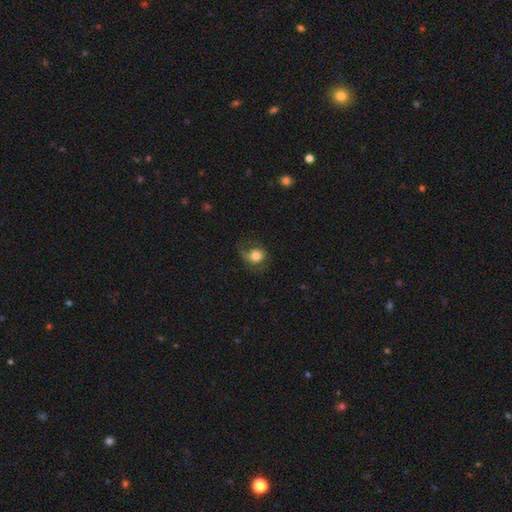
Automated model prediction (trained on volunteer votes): smooth_or_featured: smooth (p=0.69) [alt: featured or disk p=0.22]
how_rounded: round (p=0.70) [alt: in between p=0.29]
merging: none (p=0.49) [alt: major disturbance p=0.25]